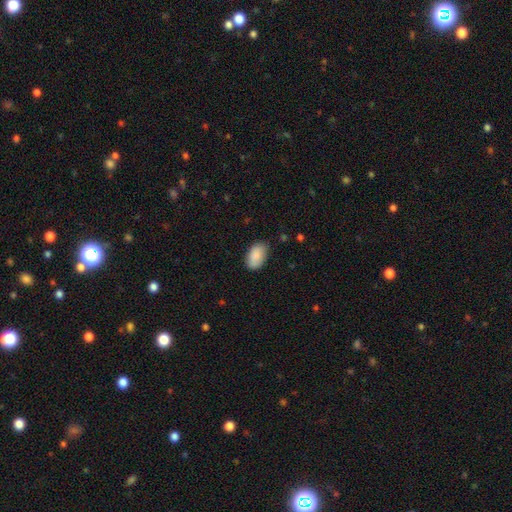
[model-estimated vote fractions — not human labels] Overall: smooth (88%). How rounded: in between (94%). Merging: none (80%).